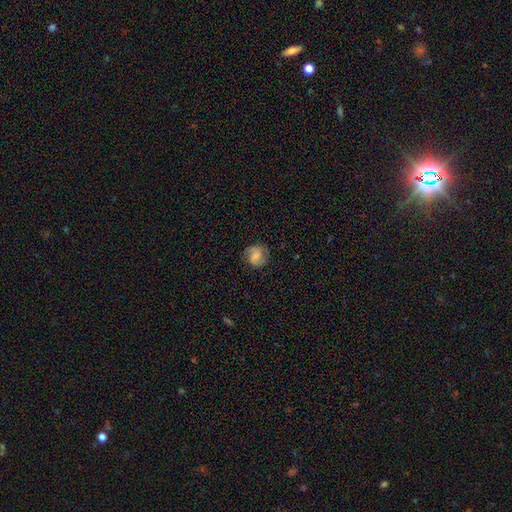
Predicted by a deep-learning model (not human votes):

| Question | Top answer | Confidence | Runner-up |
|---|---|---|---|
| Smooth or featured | featured or disk | 65% | smooth (27%) |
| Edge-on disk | no | 98% | yes (2%) |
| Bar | weak | 46% | no (43%) |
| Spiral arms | yes | 94% | no (6%) |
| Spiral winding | medium | 49% | tight (30%) |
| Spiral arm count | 2 | 86% | can't tell (6%) |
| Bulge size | small | 48% | moderate (31%) |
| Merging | none | 79% | minor disturbance (15%) |